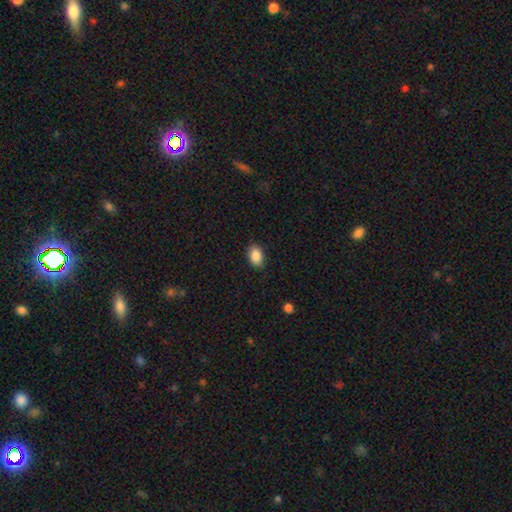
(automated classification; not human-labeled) This appears to be a smooth galaxy with no disk features (88%) that is in between round and cigar-shaped (88%). Merging: none (86%).